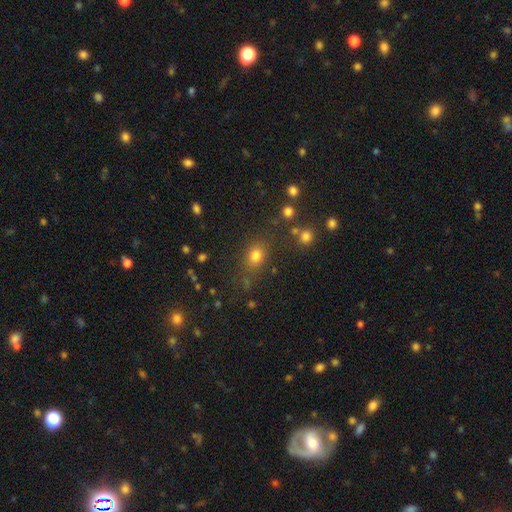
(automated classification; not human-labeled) smooth-or-featured: smooth: 75% | star or artifact: 17% | featured or disk: 8%
  how-rounded: in between: 55% | round: 43% | cigar-shaped: 2%
  merging: none: 75% | minor disturbance: 13% | merger: 6% | major disturbance: 6%